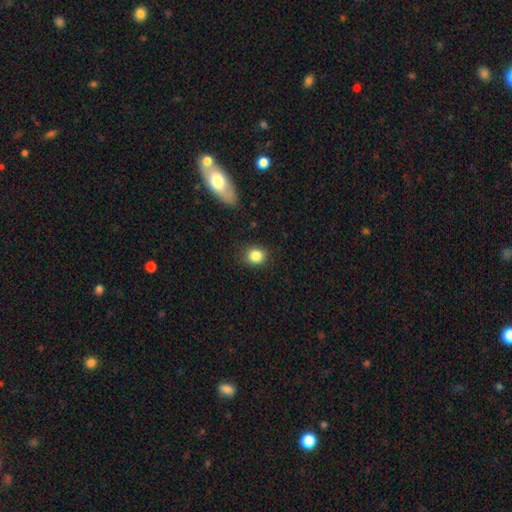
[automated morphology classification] Smooth or featured? smooth (85%)
How rounded? round (67%)
Merging? none (85%)